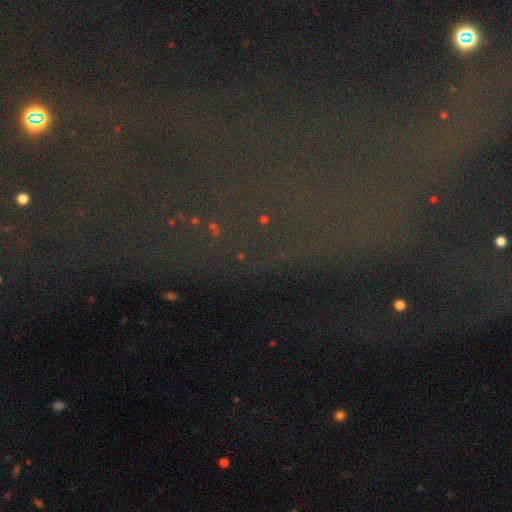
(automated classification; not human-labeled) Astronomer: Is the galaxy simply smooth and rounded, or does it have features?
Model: star or artifact — 75%.